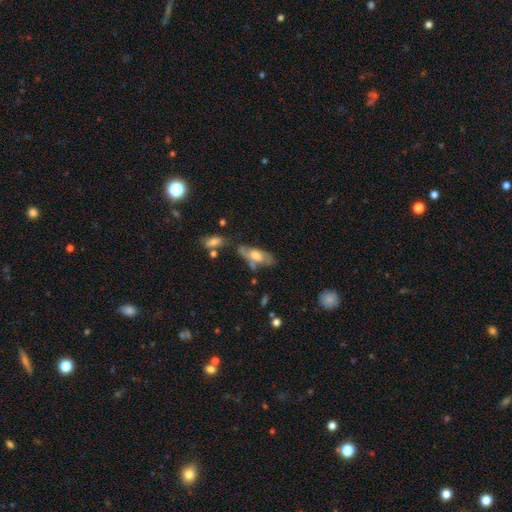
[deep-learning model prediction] Overall: smooth (48%; featured or disk 45%). Merging: none (50%; minor disturbance 27%).